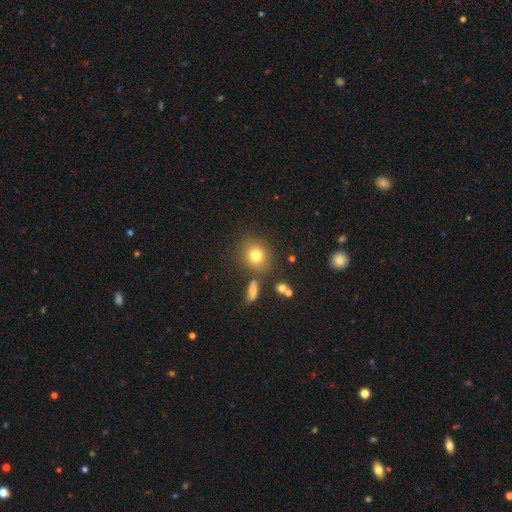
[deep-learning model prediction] Smooth or featured? Predicted: smooth (p=0.77). How rounded? Predicted: round (p=0.76). Merging? Predicted: none (p=0.78).